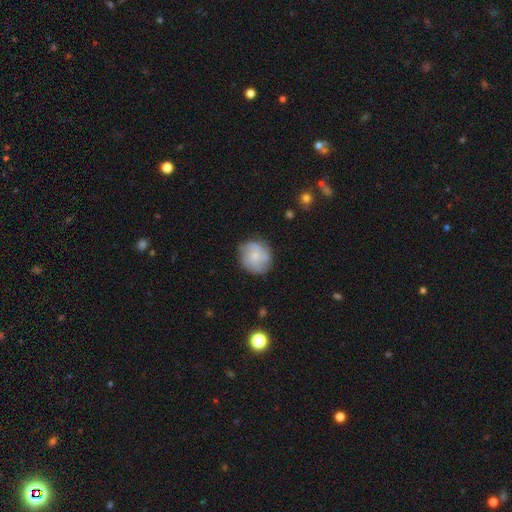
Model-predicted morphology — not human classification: Overall: smooth (50%; featured or disk 42%). How rounded: round (85%). Merging: none (72%).